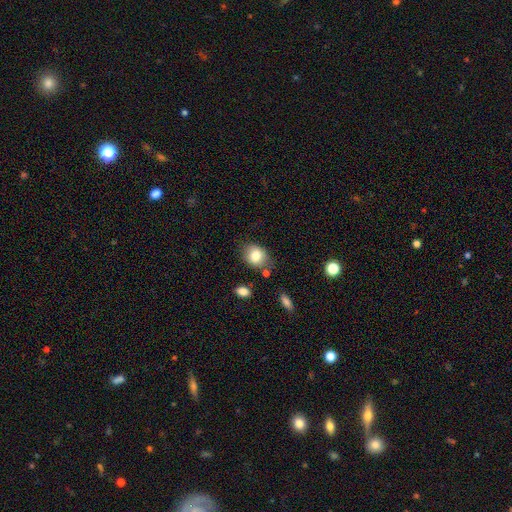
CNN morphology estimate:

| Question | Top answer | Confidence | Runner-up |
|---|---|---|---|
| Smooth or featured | smooth | 80% | featured or disk (11%) |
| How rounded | in between | 55% | round (44%) |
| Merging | none | 71% | minor disturbance (18%) |